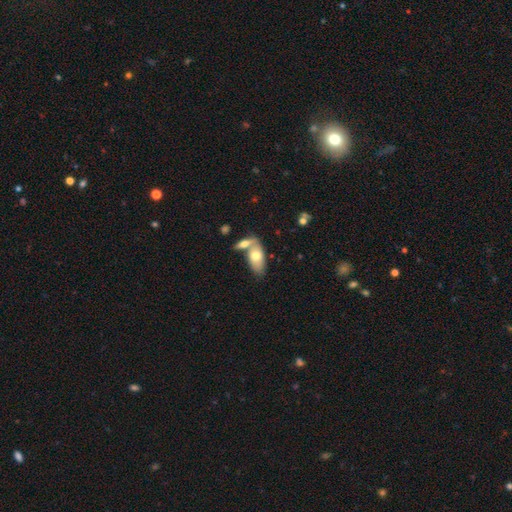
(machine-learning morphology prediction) This is likely a smooth galaxy (69%). How rounded: clearly in between (89%). Merging: marginally merger (45%).